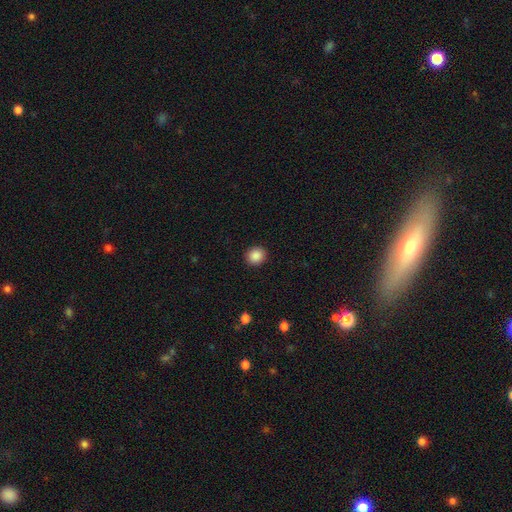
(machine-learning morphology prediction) A smooth galaxy with no disk features (88%) that is round (83%). Merging: none (92%).